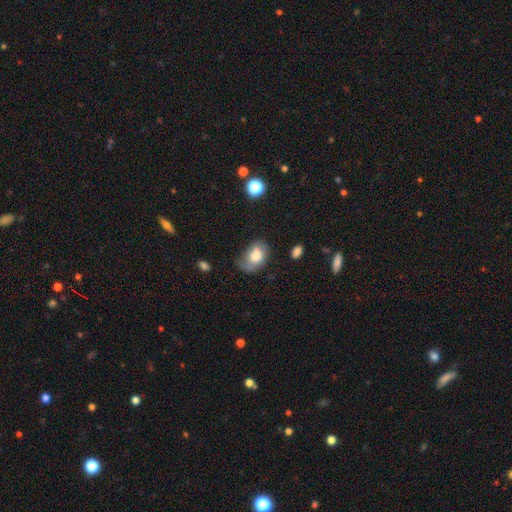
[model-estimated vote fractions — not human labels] A smooth galaxy with no disk features (65%) that is in between round and cigar-shaped (72%). Merging: none (38%).